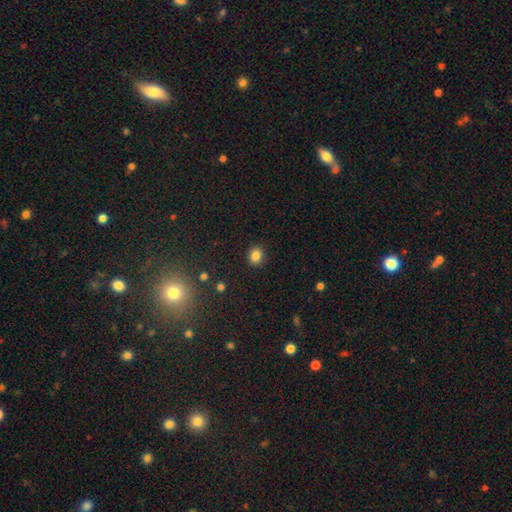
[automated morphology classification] type=smooth (85%); roundness=round (66%); merging=none (89%).